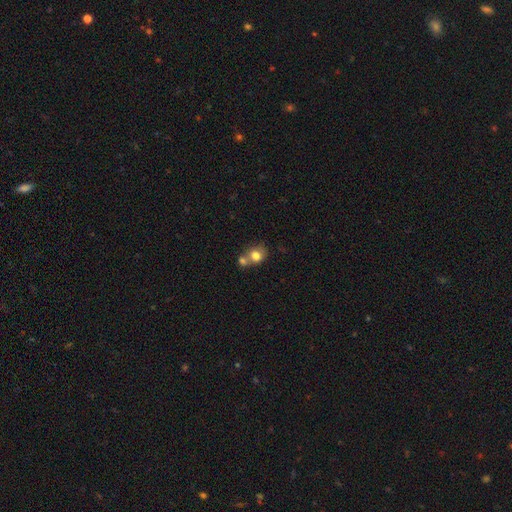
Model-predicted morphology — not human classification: Smooth or featured? Predicted: smooth (p=0.77). How rounded? Predicted: round (p=0.62). Merging? Predicted: merger (p=0.48).